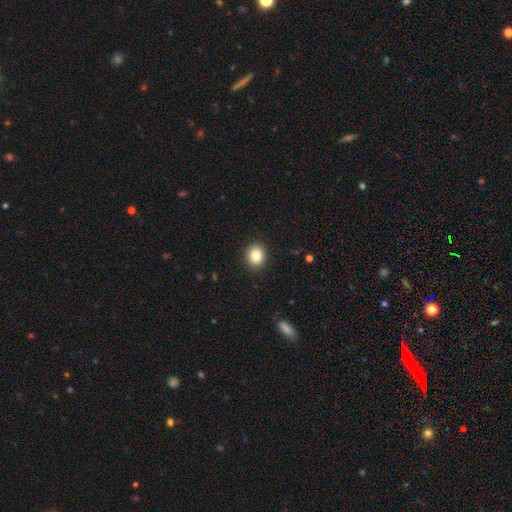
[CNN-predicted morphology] smooth 85%, star or artifact 9%, featured or disk 6%. Down the decision tree: how rounded — round (68%); merging — none (91%).